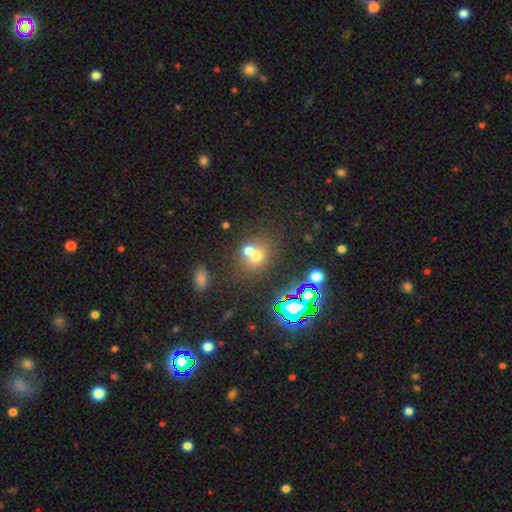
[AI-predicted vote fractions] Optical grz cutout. It shows a smooth galaxy with no disk features (61%) that is round (74%). Merging: merger (53%).